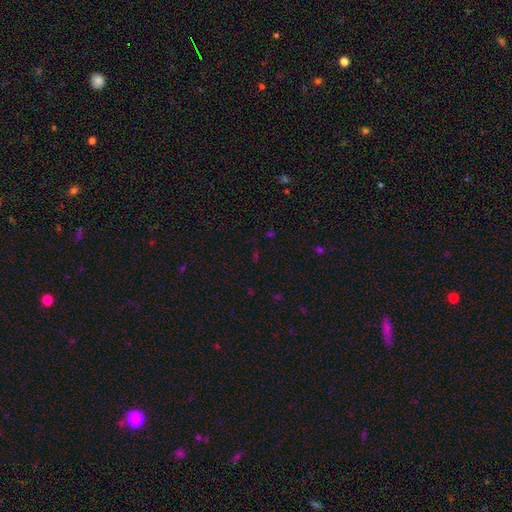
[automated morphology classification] smooth-or-featured: star or artifact: 64% | smooth: 28% | featured or disk: 9%